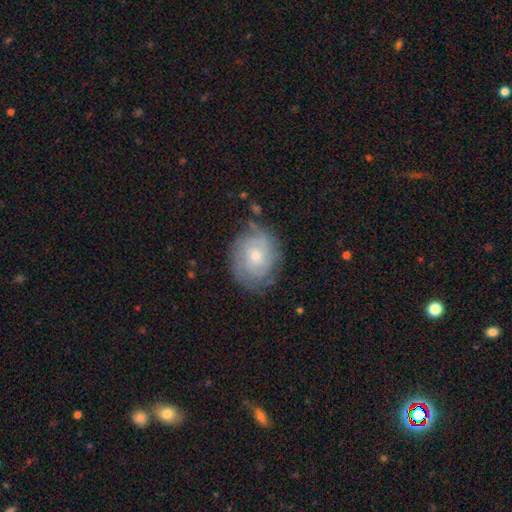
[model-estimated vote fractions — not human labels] Q: Smooth or featured?
A: featured or disk (67%); runner-up: smooth (25%)
Q: Edge-on disk?
A: no (97%); runner-up: yes (3%)
Q: Bar?
A: no (76%); runner-up: weak (21%)
Q: Spiral arms?
A: yes (88%); runner-up: no (12%)
Q: Spiral winding?
A: tight (68%); runner-up: medium (24%)
Q: Spiral arm count?
A: can't tell (48%); runner-up: 2 (20%)
Q: Bulge size?
A: moderate (48%); runner-up: small (47%)
Q: Merging?
A: none (73%); runner-up: minor disturbance (19%)